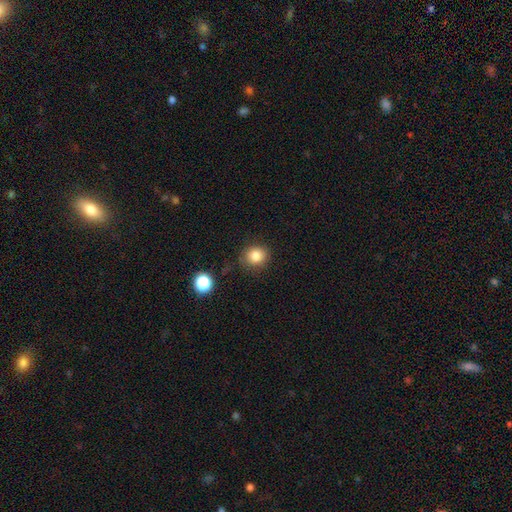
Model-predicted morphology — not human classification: A smooth galaxy with no disk features (82%) that is round (82%).

Vote fractions:
- Smooth or featured? smooth: 82% / star or artifact: 12% / featured or disk: 6%
- How rounded? round: 82% / in between: 17% / cigar-shaped: 1%
- Merging? none: 82% / minor disturbance: 12% / major disturbance: 3% / merger: 2%